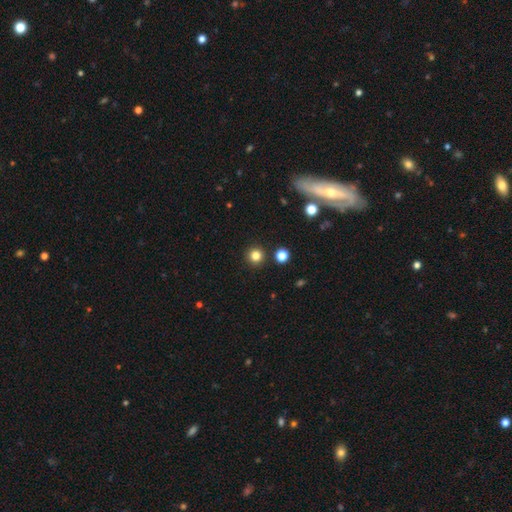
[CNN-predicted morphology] Smooth or featured? Predicted: smooth (p=0.82). How rounded? Predicted: round (p=0.95). Merging? Predicted: none (p=0.91).